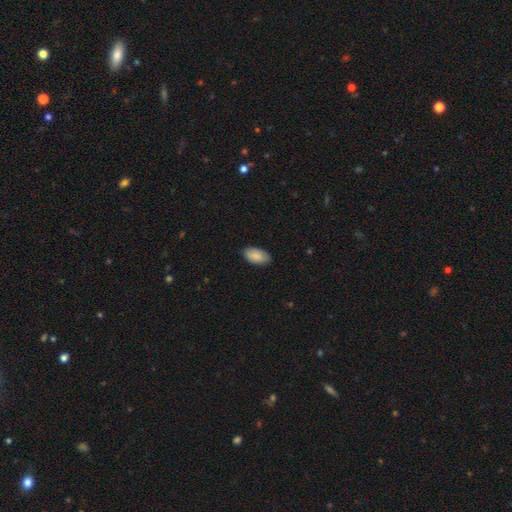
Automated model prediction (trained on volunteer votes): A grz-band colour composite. It shows a smooth galaxy with no disk features (88%) that is in between round and cigar-shaped (95%). Merging: none (86%).